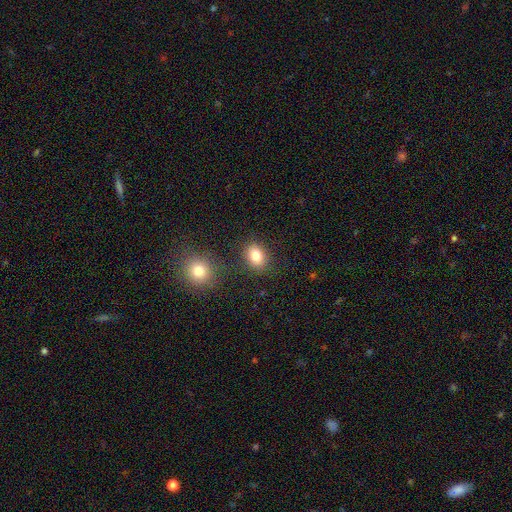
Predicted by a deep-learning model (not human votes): smooth-or-featured: smooth: 82% | star or artifact: 10% | featured or disk: 8%
  how-rounded: in between: 64% | round: 35% | cigar-shaped: 1%
  merging: none: 80% | minor disturbance: 10% | merger: 6% | major disturbance: 3%